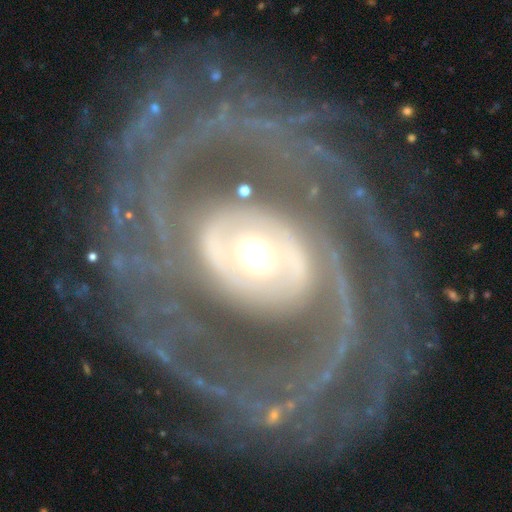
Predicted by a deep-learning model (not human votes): Smooth or featured: featured or disk — 91% (star or artifact — 5%)
Edge-on disk: no — 96% (yes — 4%)
Bar: no — 55% (weak — 24%)
Spiral arms: yes — 93% (no — 7%)
Spiral winding: tight — 52% (medium — 33%)
Spiral arm count: 2 — 35% (can't tell — 19%)
Bulge size: moderate — 54% (small — 29%)
Merging: none — 72% (major disturbance — 13%)